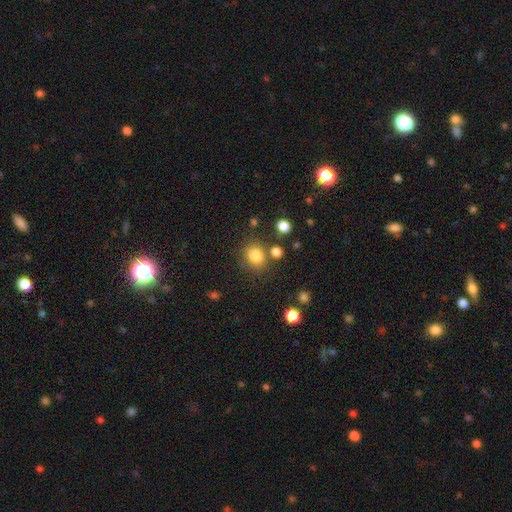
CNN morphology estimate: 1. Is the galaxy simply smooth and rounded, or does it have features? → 81% smooth, 13% star or artifact, 6% featured or disk.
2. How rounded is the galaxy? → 71% round, 28% in between, 1% cigar-shaped.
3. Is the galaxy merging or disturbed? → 75% none, 12% minor disturbance, 9% merger, 5% major disturbance.